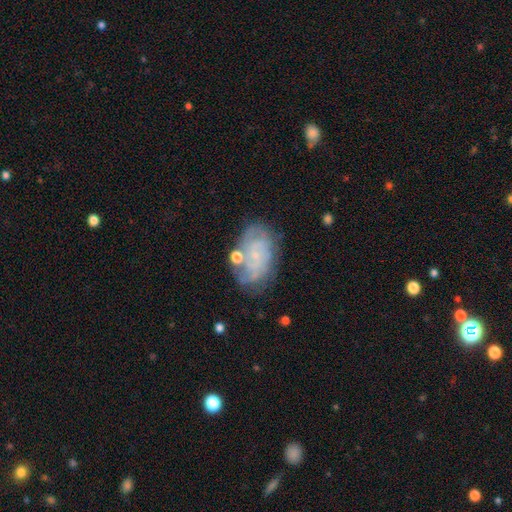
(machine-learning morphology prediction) The model was most divided on "spiral arm count": can't tell: 45%, 2: 24%, 3: 13%, 4: 7%, 1: 5%, more than 4: 5%. More confident: edge-on disk — no (97%); spiral arms — yes (85%); bar — no (73%); bulge size — small (73%); smooth or featured — featured or disk (69%); merging — none (63%); spiral winding — tight (58%).